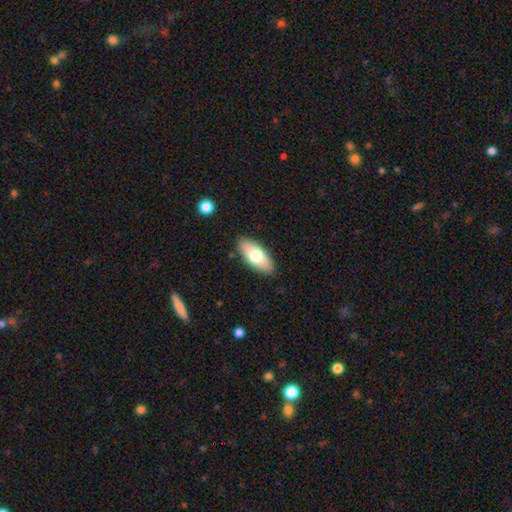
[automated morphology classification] The model was most divided on "smooth or featured": smooth: 70%, featured or disk: 24%, star or artifact: 6%. More confident: merging — none (87%); how rounded — in between (85%).